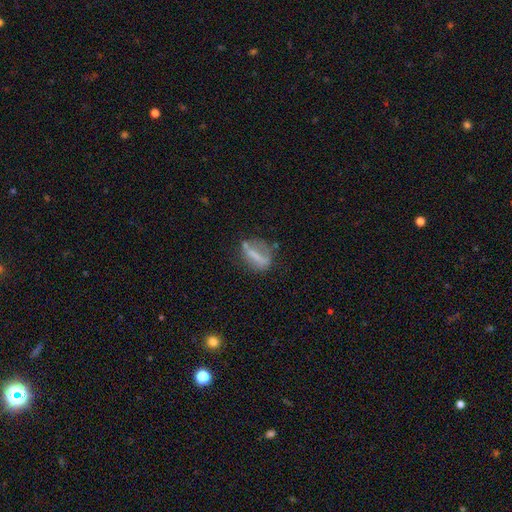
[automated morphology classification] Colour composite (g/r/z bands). It shows a smooth galaxy with no disk features (50%). Merging: none (54%).